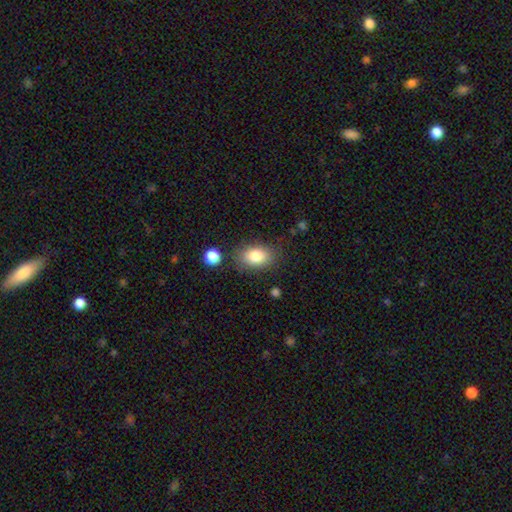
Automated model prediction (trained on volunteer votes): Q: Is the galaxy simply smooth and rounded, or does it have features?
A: smooth — 82%.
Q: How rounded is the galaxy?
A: in between — 84%.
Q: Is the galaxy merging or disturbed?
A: none — 79%.